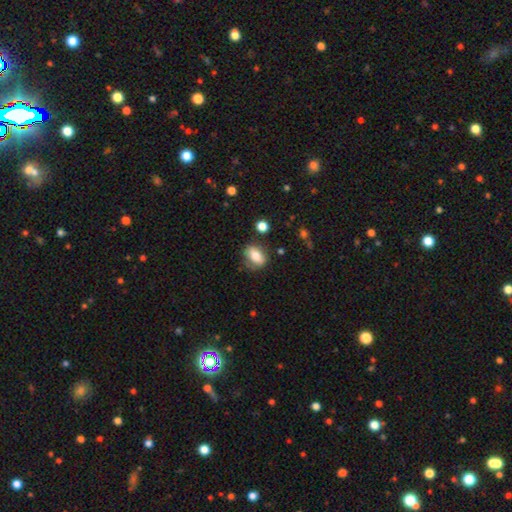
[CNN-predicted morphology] Smooth or featured: smooth — 73% (featured or disk — 19%)
How rounded: in between — 78% (round — 18%)
Merging: none — 73% (minor disturbance — 18%)